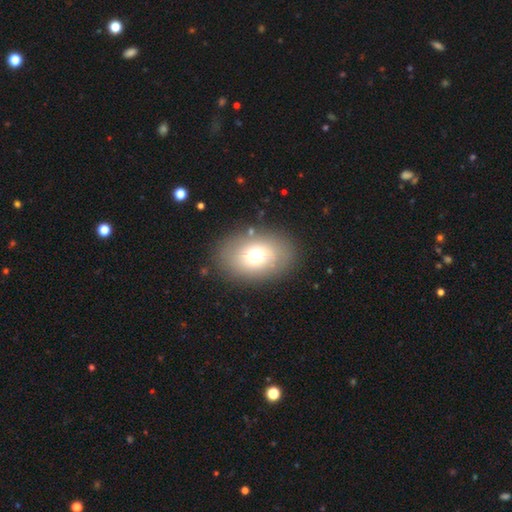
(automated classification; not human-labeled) Q: Smooth or featured?
A: smooth (68%); runner-up: featured or disk (21%)
Q: How rounded?
A: in between (76%); runner-up: round (23%)
Q: Merging?
A: none (83%); runner-up: minor disturbance (10%)